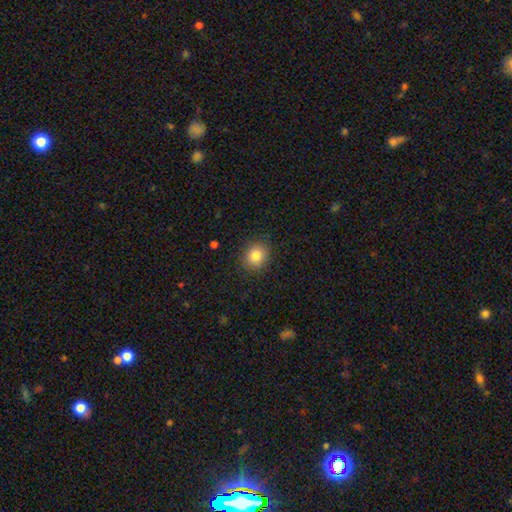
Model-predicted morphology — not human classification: This appears to be a smooth galaxy with no disk features (83%) that is round (74%). Merging: none (88%).